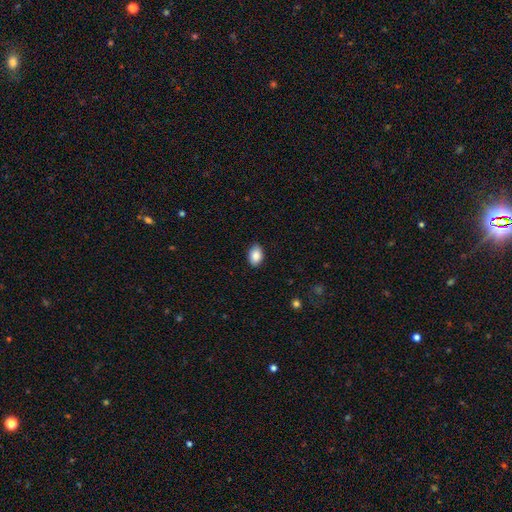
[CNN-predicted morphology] type=smooth (87%); roundness=in between (85%); merging=none (88%).